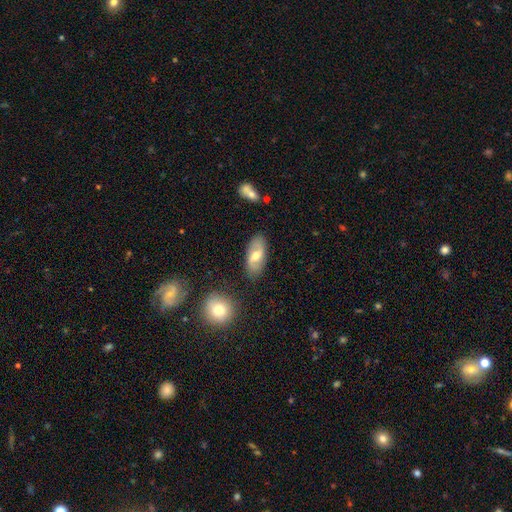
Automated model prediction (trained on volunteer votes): Overall: featured or disk (51%; smooth 43%). Edge-on disk: no (90%). Merging: none (83%).